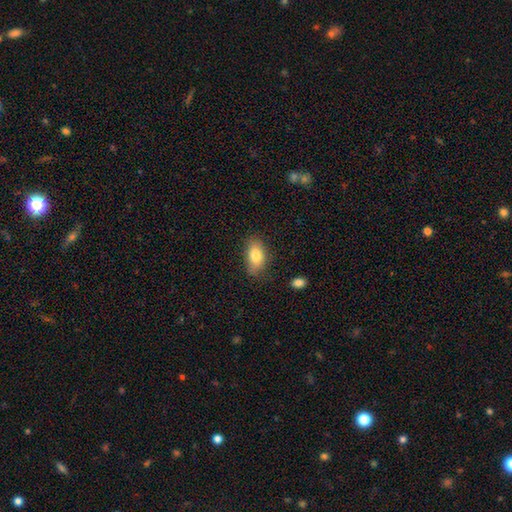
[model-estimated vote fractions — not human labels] A smooth galaxy with no disk features (81%) that is in between round and cigar-shaped (90%). Merging: none (75%).